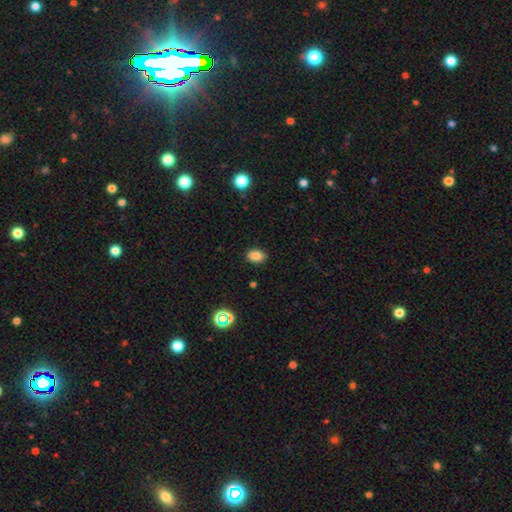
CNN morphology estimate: Q: Smooth or featured?
A: smooth (84%); runner-up: star or artifact (11%)
Q: How rounded?
A: in between (80%); runner-up: round (18%)
Q: Merging?
A: none (89%); runner-up: minor disturbance (8%)